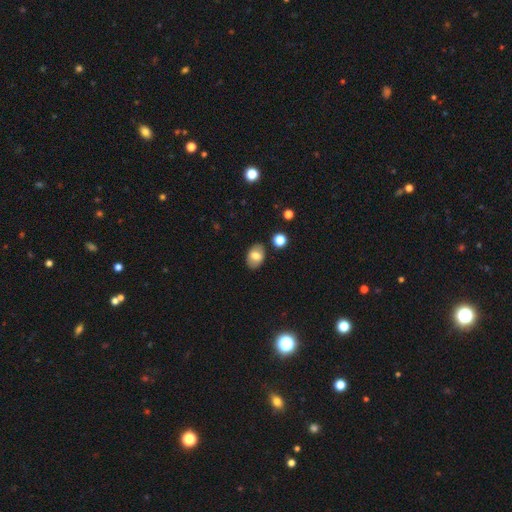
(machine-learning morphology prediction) This is likely a smooth galaxy (73%). How rounded: clearly in between (83%). Merging: clearly none (85%).